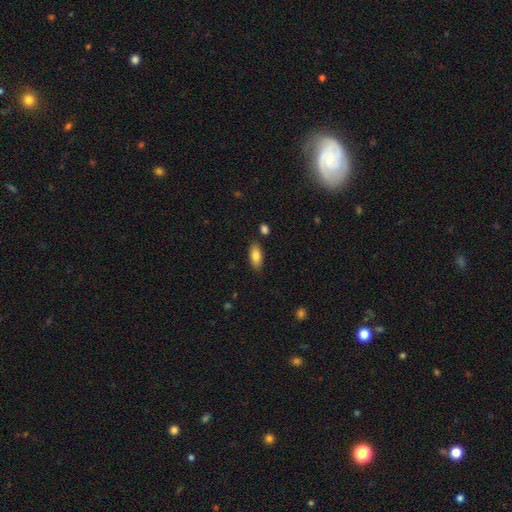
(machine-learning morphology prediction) A smooth galaxy with no disk features (81%) that is in between round and cigar-shaped (81%). Merging: none (84%).